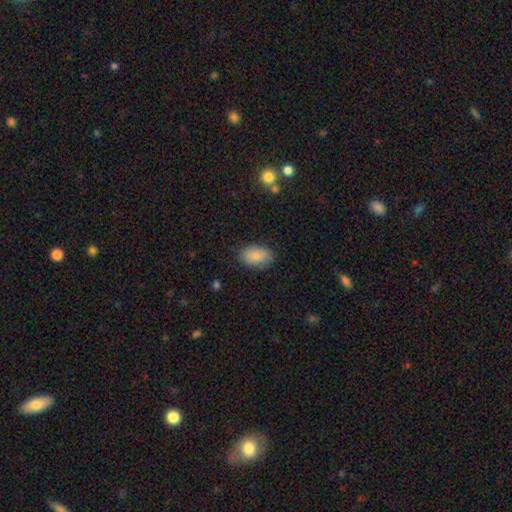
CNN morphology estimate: The model was most divided on "merging": none: 84%, minor disturbance: 12%, major disturbance: 3%, merger: 1%. More confident: how rounded — in between (90%); smooth or featured — smooth (84%).